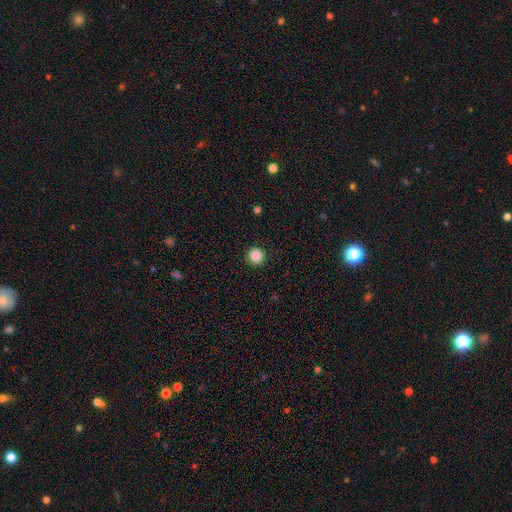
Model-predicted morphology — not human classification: The model was most divided on "smooth or featured": smooth: 86%, star or artifact: 10%, featured or disk: 4%. More confident: how rounded — round (95%); merging — none (93%).